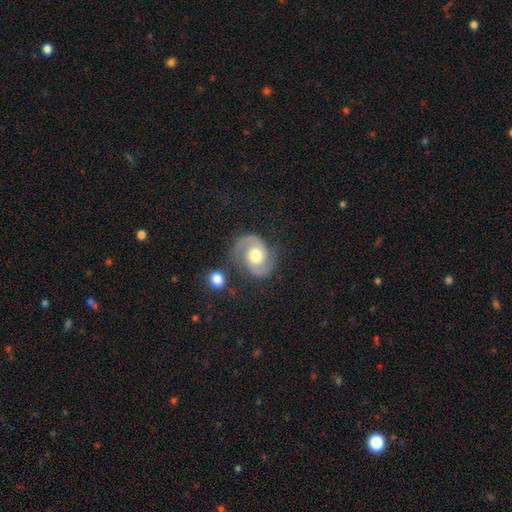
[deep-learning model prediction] Smooth or featured? Predicted: featured or disk (p=0.88). Edge-on disk? Predicted: no (p=0.98). Bar? Predicted: no (p=0.64). Spiral arms? Predicted: yes (p=0.97). Spiral winding? Predicted: medium (p=0.56). Spiral arm count? Predicted: 2 (p=0.93). Bulge size? Predicted: moderate (p=0.69). Merging? Predicted: none (p=0.76).